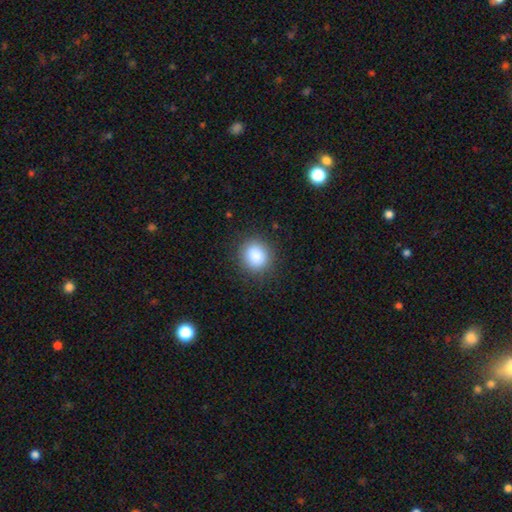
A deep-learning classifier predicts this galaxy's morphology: Overall: smooth (88%). How rounded: round (77%). Merging: none (87%).